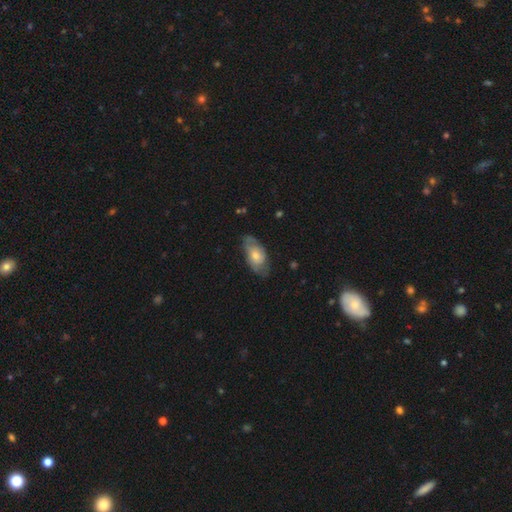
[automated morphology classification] Smooth or featured: smooth — 56% (featured or disk — 38%)
How rounded: in between — 91% (round — 5%)
Merging: none — 62% (minor disturbance — 27%)